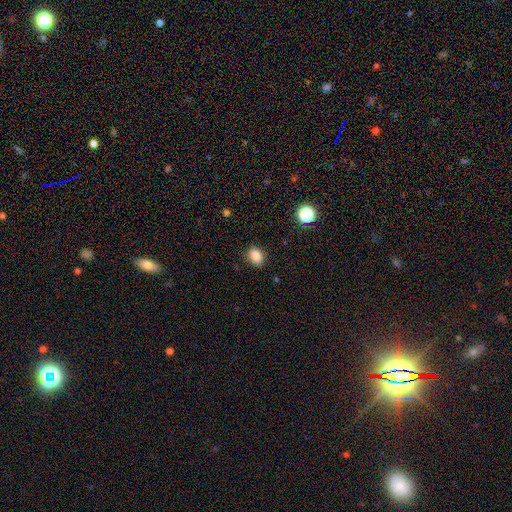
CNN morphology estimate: This appears to be a smooth galaxy with no disk features (85%) that is in between round and cigar-shaped (66%). Merging: none (85%).